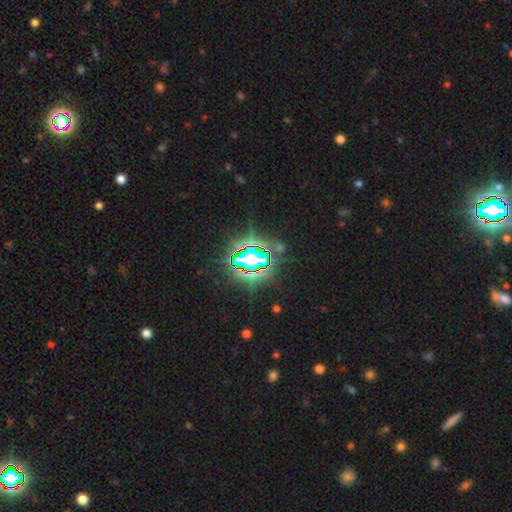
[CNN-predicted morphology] The model was most divided on "smooth or featured": star or artifact: 78%, smooth: 12%, featured or disk: 10%.